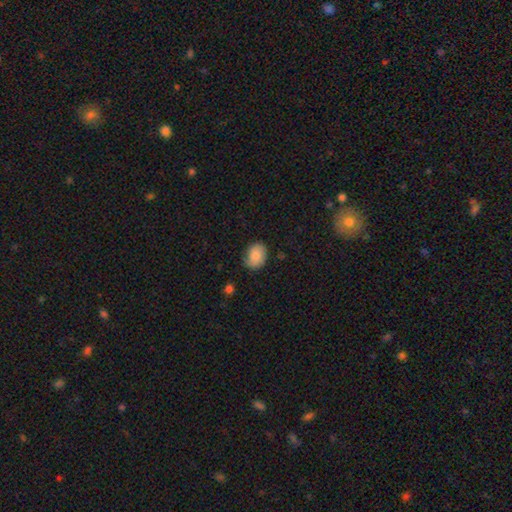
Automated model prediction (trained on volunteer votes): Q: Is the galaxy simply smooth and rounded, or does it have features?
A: smooth — 74%.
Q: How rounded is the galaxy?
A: in between — 57%.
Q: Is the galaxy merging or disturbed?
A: none — 68%.